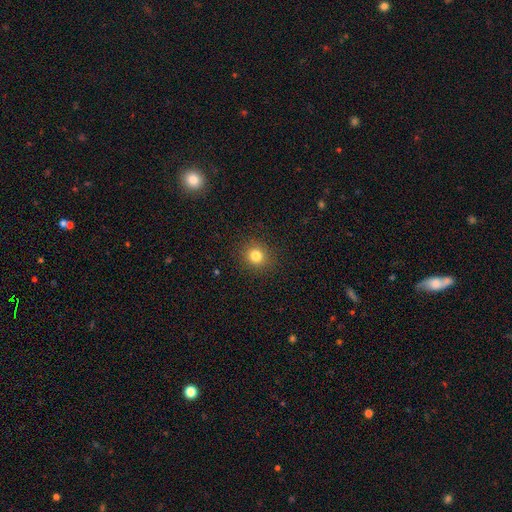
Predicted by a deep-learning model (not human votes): Smooth or featured?
  - smooth: 81% *
  - star or artifact: 13%
  - featured or disk: 6%
How rounded?
  - round: 87% *
  - in between: 12%
  - cigar-shaped: 1%
Merging?
  - none: 91% *
  - minor disturbance: 6%
  - major disturbance: 2%
  - merger: 1%